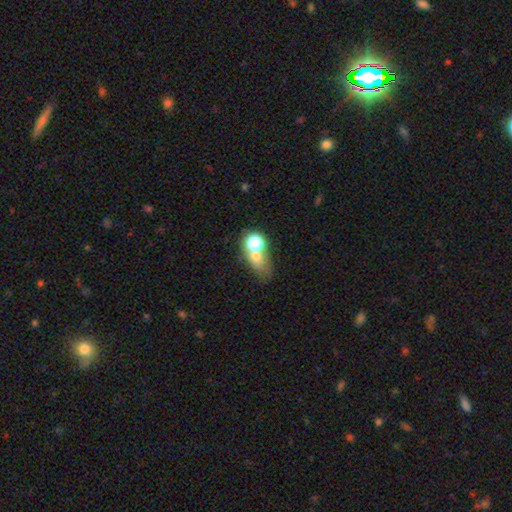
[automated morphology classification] smooth-or-featured: smooth: 61% | featured or disk: 21% | star or artifact: 17%
  how-rounded: in between: 50% | round: 45% | cigar-shaped: 5%
  merging: merger: 50% | none: 29% | minor disturbance: 11% | major disturbance: 11%